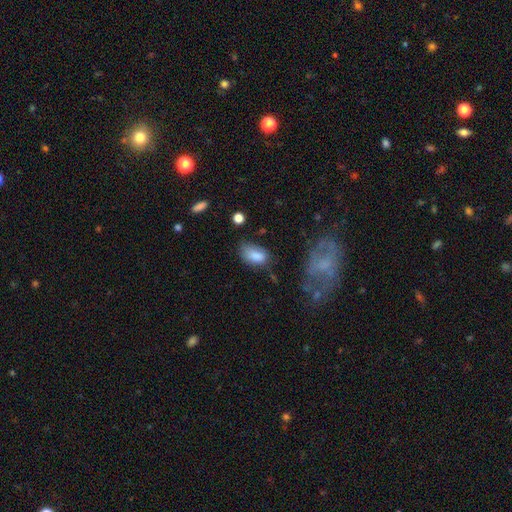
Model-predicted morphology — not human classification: The model was most divided on "merging": none: 52%, minor disturbance: 32%, major disturbance: 11%, merger: 5%. More confident: how rounded — in between (92%); smooth or featured — smooth (84%).